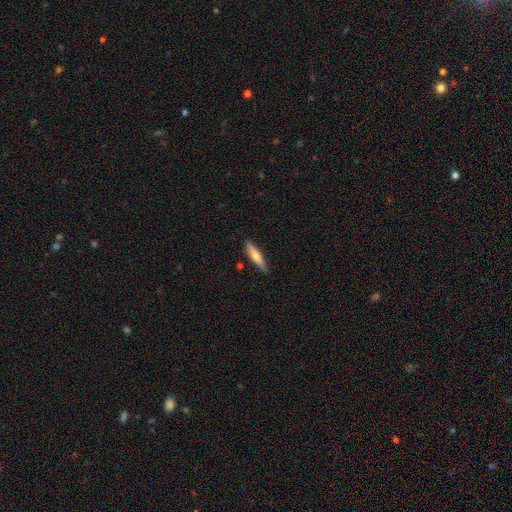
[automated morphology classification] Smooth or featured: smooth — 63% (featured or disk — 31%)
How rounded: cigar-shaped — 83% (in between — 16%)
Merging: none — 84% (minor disturbance — 12%)